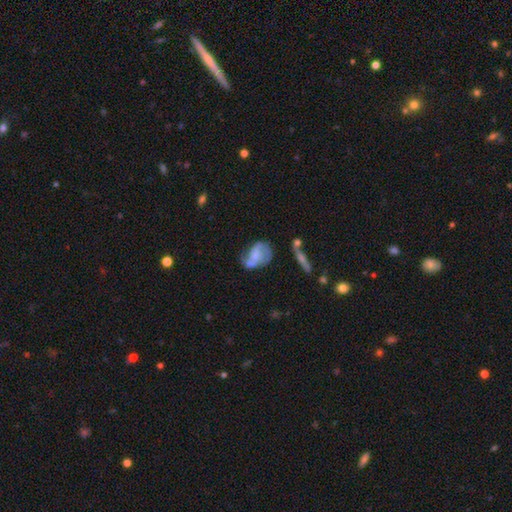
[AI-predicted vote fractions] Smooth or featured? featured or disk (57%)
Edge-on disk? no (96%)
Bar? no (63%)
Spiral arms? yes (73%)
Bulge size? none (39%)
Merging? none (35%)